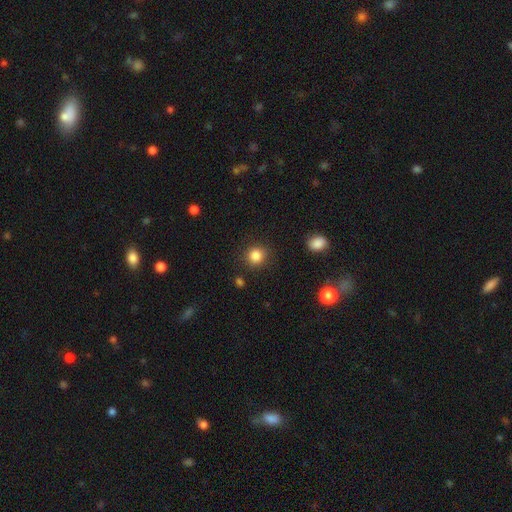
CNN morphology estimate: Smooth or featured?
  - smooth: 85% *
  - star or artifact: 11%
  - featured or disk: 4%
How rounded?
  - round: 89% *
  - in between: 10%
  - cigar-shaped: 1%
Merging?
  - none: 87% *
  - minor disturbance: 8%
  - major disturbance: 3%
  - merger: 2%